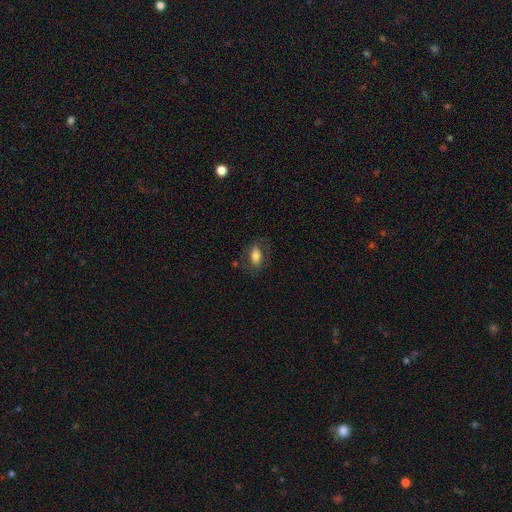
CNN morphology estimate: Smooth or featured: smooth — 74% (featured or disk — 18%)
How rounded: in between — 89% (round — 7%)
Merging: none — 71% (minor disturbance — 17%)